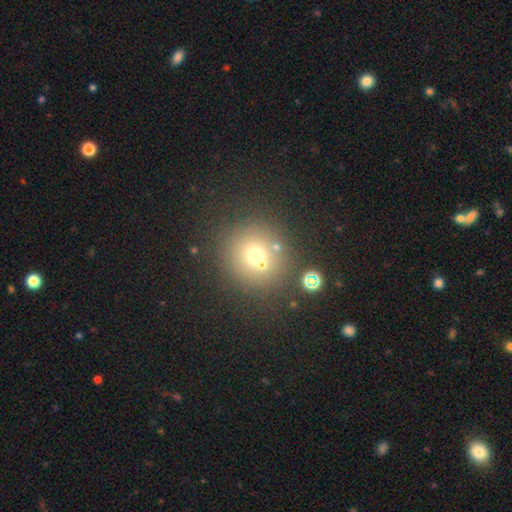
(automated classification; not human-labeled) This is likely a smooth galaxy (65%). How rounded: clearly round (93%). Merging: likely none (68%).